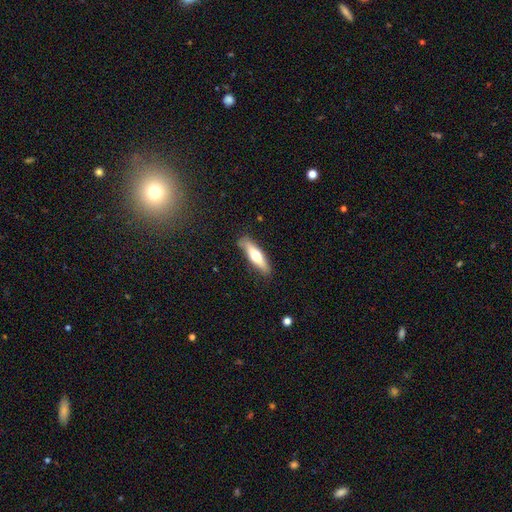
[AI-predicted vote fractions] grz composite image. It shows a smooth galaxy with no disk features (54%) that is cigar-shaped (70%). Merging: none (84%).